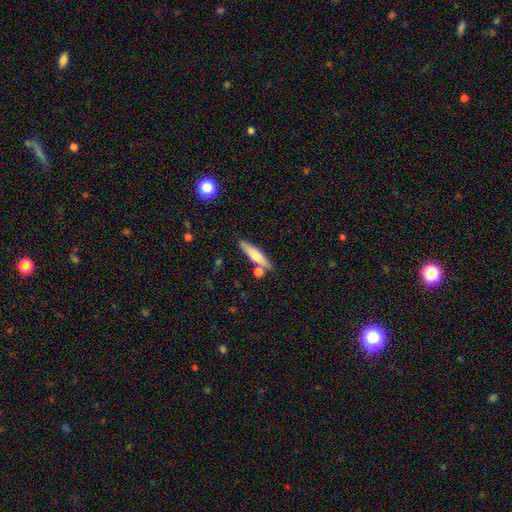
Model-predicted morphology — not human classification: This appears to be a smooth galaxy with no disk features (66%) that is cigar-shaped (83%). Merging: none (77%).